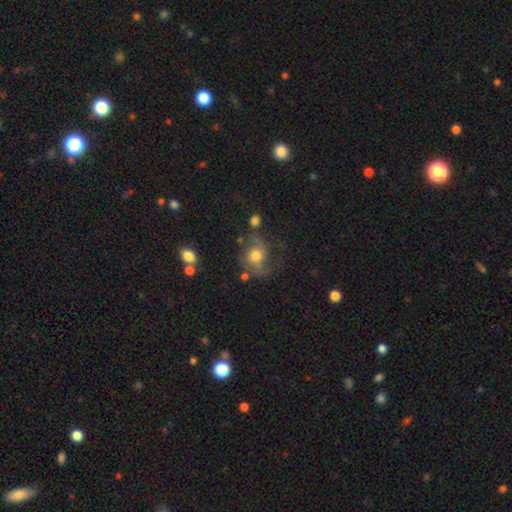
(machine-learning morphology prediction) Smooth or featured: featured or disk — 67% (smooth — 24%)
Edge-on disk: no — 98% (yes — 2%)
Bar: no — 74% (weak — 23%)
Spiral arms: yes — 90% (no — 10%)
Spiral winding: medium — 49% (loose — 32%)
Spiral arm count: 2 — 82% (can't tell — 6%)
Bulge size: moderate — 59% (large — 24%)
Merging: none — 56% (minor disturbance — 21%)